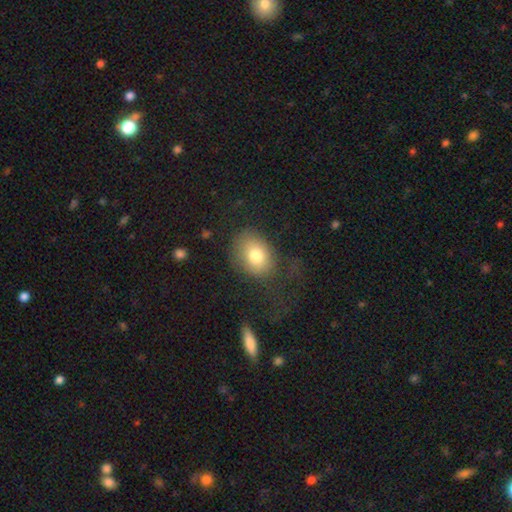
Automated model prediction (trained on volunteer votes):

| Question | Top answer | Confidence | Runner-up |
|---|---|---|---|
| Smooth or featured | smooth | 77% | featured or disk (13%) |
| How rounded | in between | 65% | round (34%) |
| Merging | none | 60% | minor disturbance (19%) |